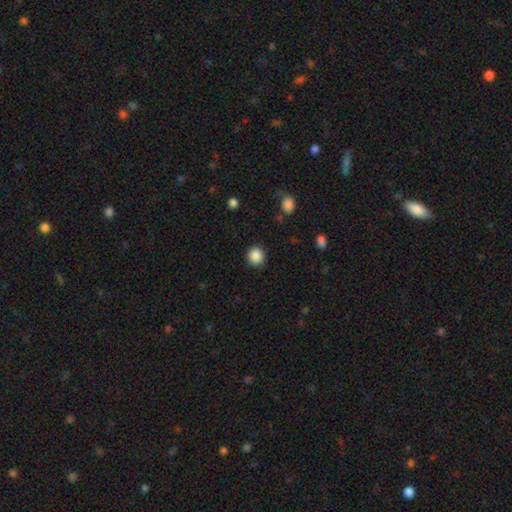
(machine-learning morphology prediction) Smooth or featured: smooth — 88% (star or artifact — 9%)
How rounded: round — 89% (in between — 10%)
Merging: none — 89% (minor disturbance — 7%)